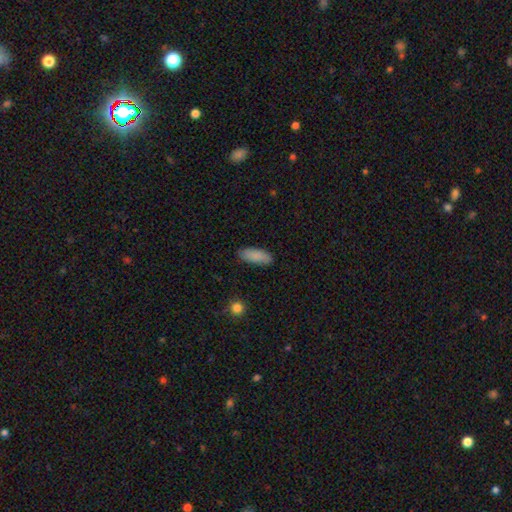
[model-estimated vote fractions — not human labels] This appears to be a smooth galaxy with no disk features (87%) that is in between round and cigar-shaped (75%). Merging: none (87%).